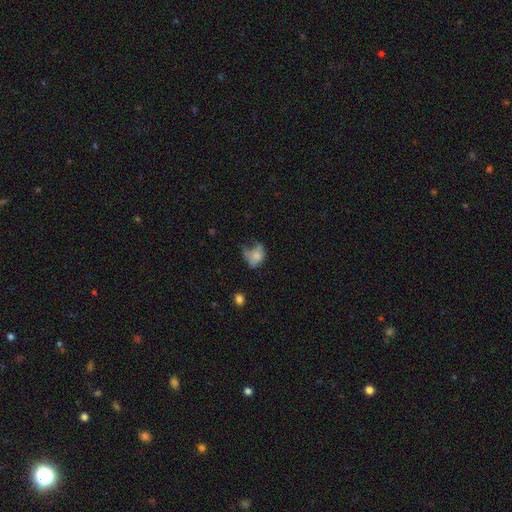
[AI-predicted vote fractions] smooth 62%, featured or disk 27%, star or artifact 11%. Down the decision tree: how rounded — in between (56%); merging — major disturbance (41%).